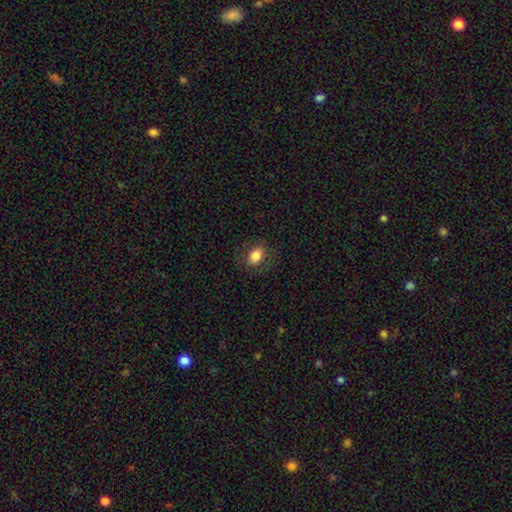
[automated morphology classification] This is clearly a smooth galaxy (81%). How rounded: likely in between (65%). Merging: clearly none (83%).